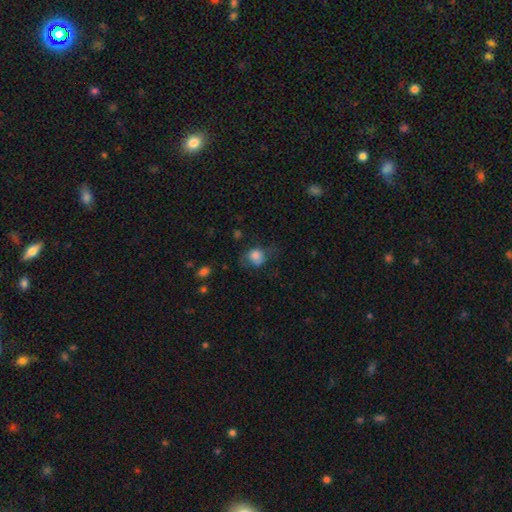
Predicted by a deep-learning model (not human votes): This appears to be a smooth galaxy with no disk features (78%) that is round (69%). Merging: none (48%).